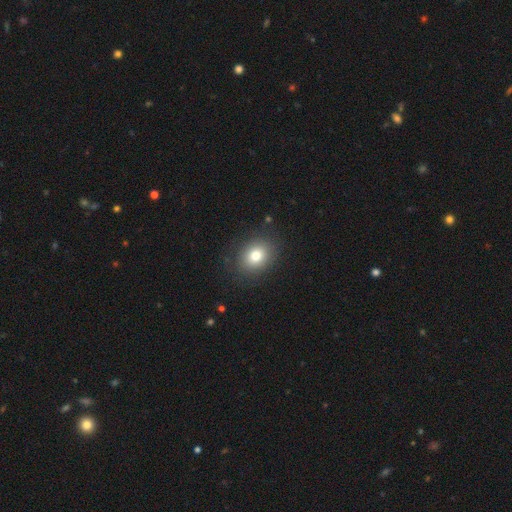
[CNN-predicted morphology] A smooth galaxy with no disk features (79%) that is in between round and cigar-shaped (52%).

Vote fractions:
- Smooth or featured? smooth: 79% / featured or disk: 11% / star or artifact: 10%
- How rounded? in between: 52% / round: 47% / cigar-shaped: 1%
- Merging? none: 85% / minor disturbance: 10% / major disturbance: 4% / merger: 1%